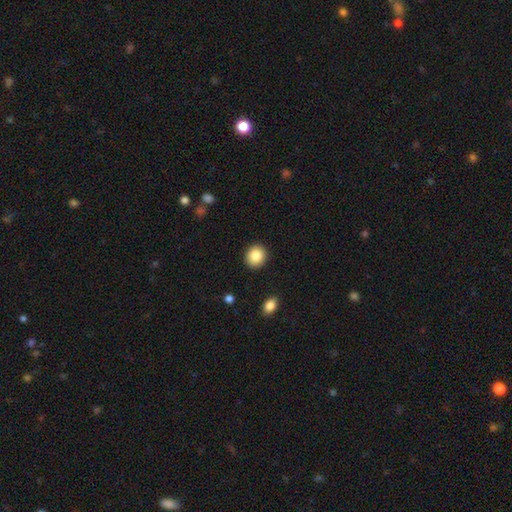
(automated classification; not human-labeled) A smooth galaxy with no disk features (86%) that is round (82%). Merging: none (91%).